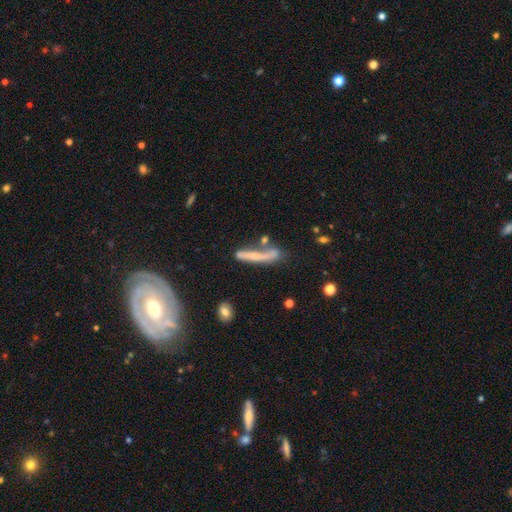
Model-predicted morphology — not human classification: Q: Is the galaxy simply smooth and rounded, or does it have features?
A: smooth — 45%, tied with featured or disk.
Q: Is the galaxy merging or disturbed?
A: none — 43%.